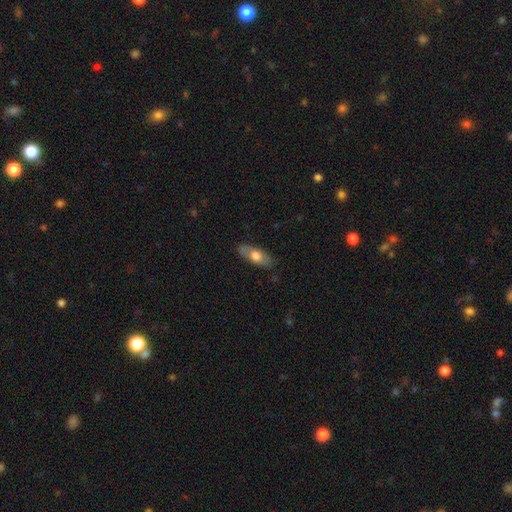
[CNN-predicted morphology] Overall: smooth (61%; featured or disk 34%). How rounded: in between (75%). Merging: none (81%).